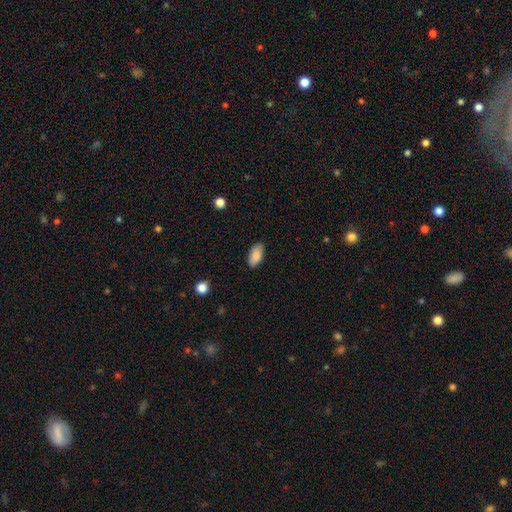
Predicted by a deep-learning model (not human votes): A smooth galaxy with no disk features (87%) that is in between round and cigar-shaped (93%). Merging: none (84%).